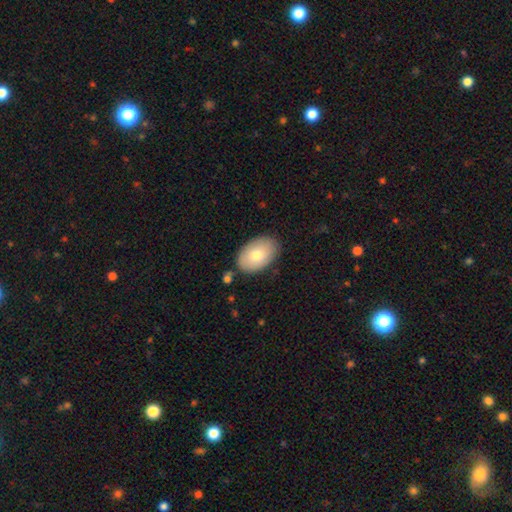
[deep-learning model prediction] A smooth galaxy with no disk features (75%) that is in between round and cigar-shaped (90%). Merging: none (83%).